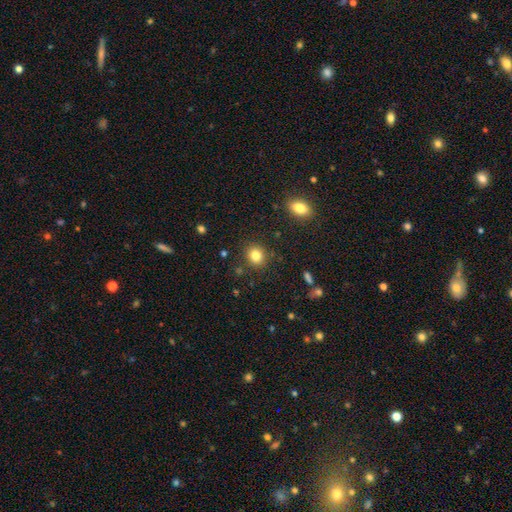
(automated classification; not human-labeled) Smooth or featured? Predicted: smooth (p=0.83). How rounded? Predicted: round (p=0.73). Merging? Predicted: none (p=0.87).